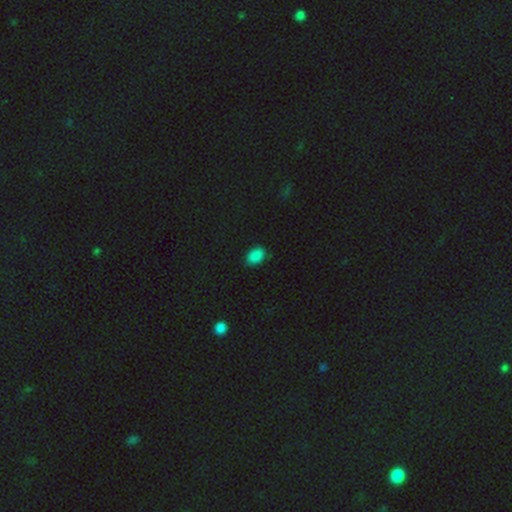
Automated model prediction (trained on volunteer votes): This is clearly a smooth galaxy (84%). How rounded: clearly in between (85%). Merging: clearly none (84%).